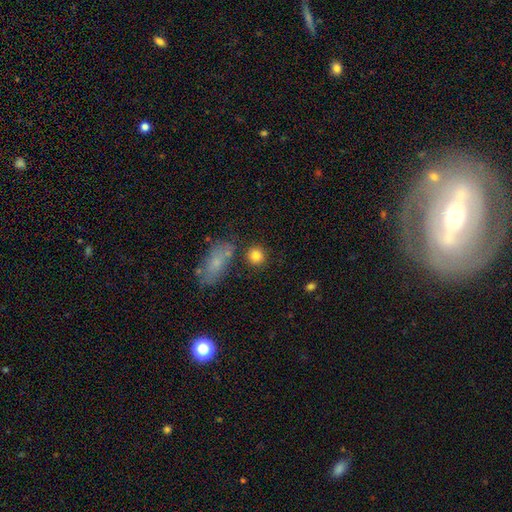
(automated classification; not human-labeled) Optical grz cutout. It shows a smooth galaxy with no disk features (83%) that is round (88%). Merging: none (81%).